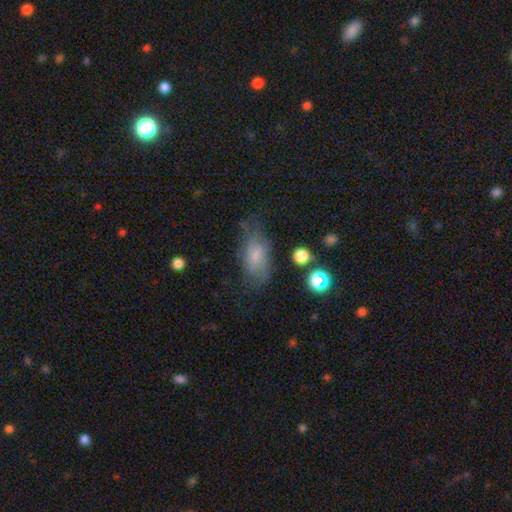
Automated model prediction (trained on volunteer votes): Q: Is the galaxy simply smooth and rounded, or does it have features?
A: smooth — 62%.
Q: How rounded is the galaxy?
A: in between — 87%.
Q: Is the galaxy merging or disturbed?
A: none — 52%.